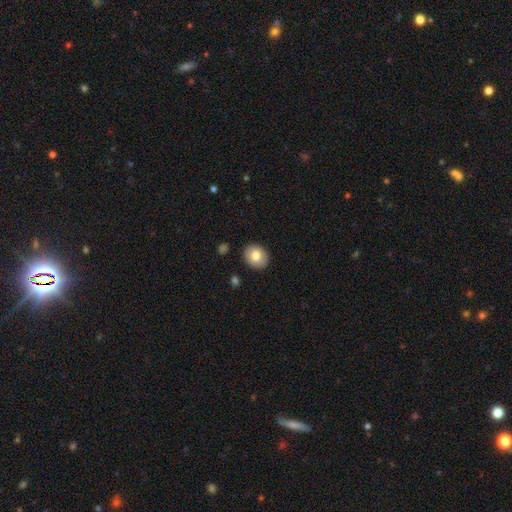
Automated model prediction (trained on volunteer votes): Q: Smooth or featured?
A: smooth (77%); runner-up: featured or disk (15%)
Q: How rounded?
A: round (64%); runner-up: in between (35%)
Q: Merging?
A: none (89%); runner-up: minor disturbance (8%)